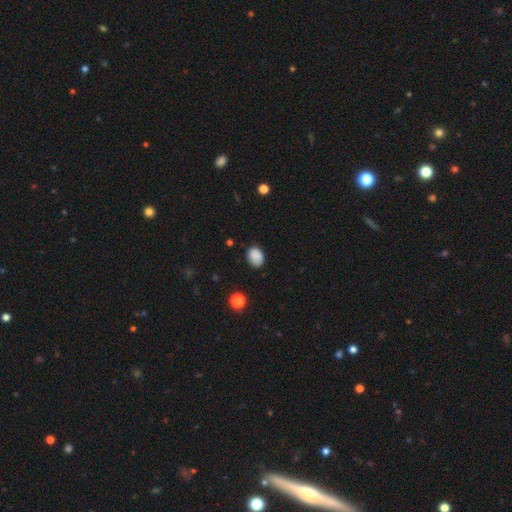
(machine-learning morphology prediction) This is clearly a smooth galaxy (87%). How rounded: possibly in between (59%). Merging: likely none (77%).